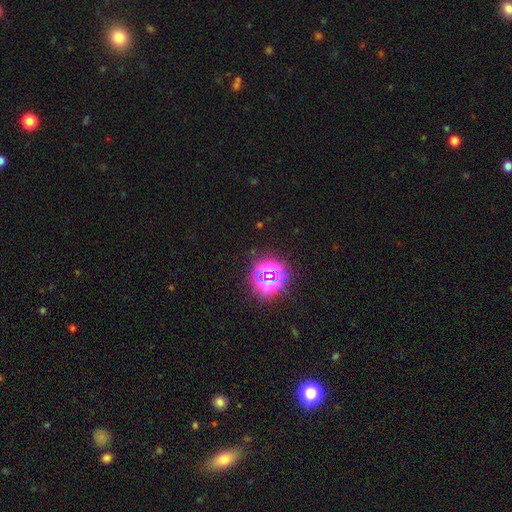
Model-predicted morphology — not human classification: smooth_or_featured: star or artifact (p=0.74) [alt: smooth p=0.19]